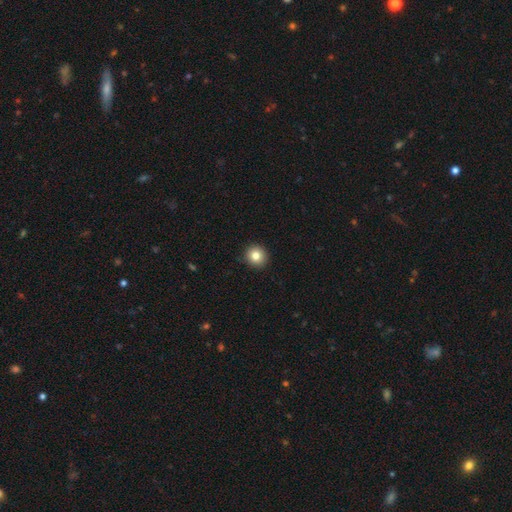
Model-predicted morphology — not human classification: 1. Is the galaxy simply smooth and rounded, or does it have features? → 82% smooth, 10% star or artifact, 8% featured or disk.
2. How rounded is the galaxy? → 93% round, 6% in between, 1% cigar-shaped.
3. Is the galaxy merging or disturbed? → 91% none, 6% minor disturbance, 2% major disturbance, 1% merger.